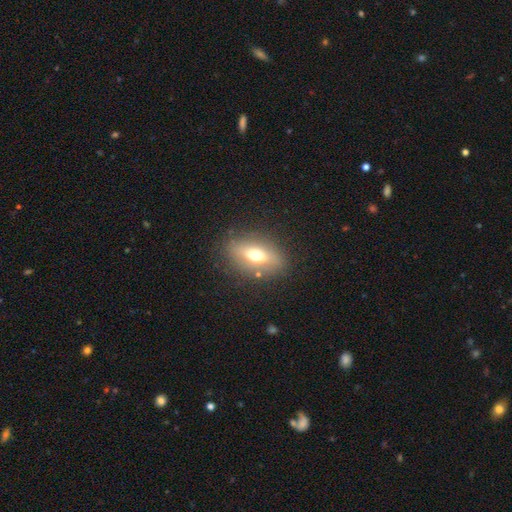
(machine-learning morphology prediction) Smooth or featured? Predicted: smooth (p=0.57). How rounded? Predicted: in between (p=0.74). Merging? Predicted: none (p=0.81).